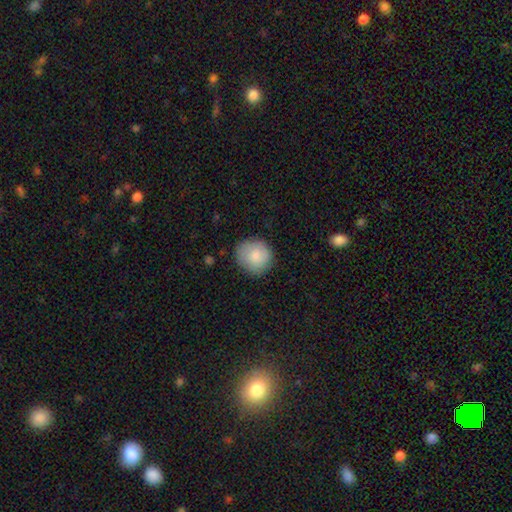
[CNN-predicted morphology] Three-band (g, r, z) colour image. It shows a smooth galaxy with no disk features (84%) that is round (85%). Merging: none (79%).